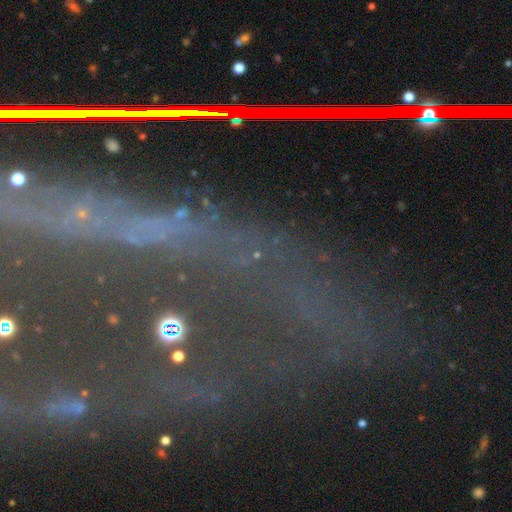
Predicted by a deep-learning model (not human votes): This is likely a star or artifact rather than a galaxy (76%).